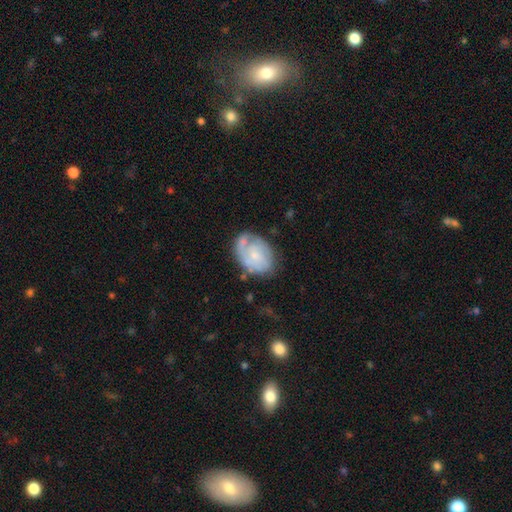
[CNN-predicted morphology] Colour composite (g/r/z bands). It shows a featured or disk galaxy (58%) with no bar (75%), spiral arms (74%) and a small central bulge (68%). Merging: none (55%).